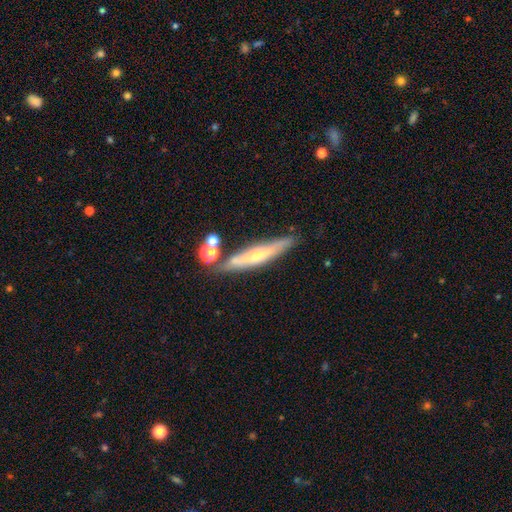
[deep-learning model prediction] smooth-or-featured: featured or disk: 58% | smooth: 33% | star or artifact: 9%
  disk-edge-on: yes: 87% | no: 13%
    edge-on-bulge: rounded: 70% | none: 24% | boxy: 7%
  merging: none: 73% | minor disturbance: 14% | merger: 10% | major disturbance: 4%